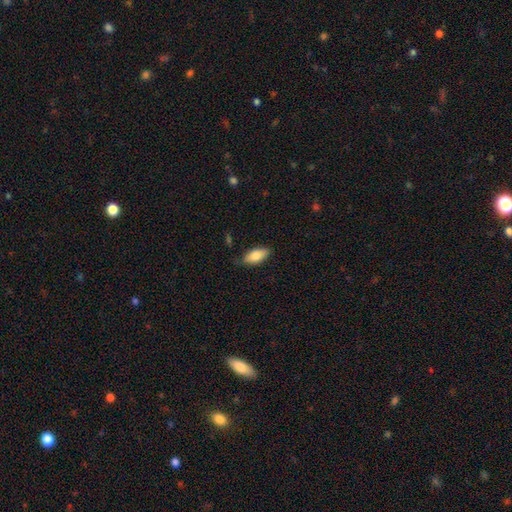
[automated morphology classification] Smooth or featured: smooth — 79% (featured or disk — 14%)
How rounded: in between — 86% (cigar-shaped — 12%)
Merging: none — 80% (minor disturbance — 16%)